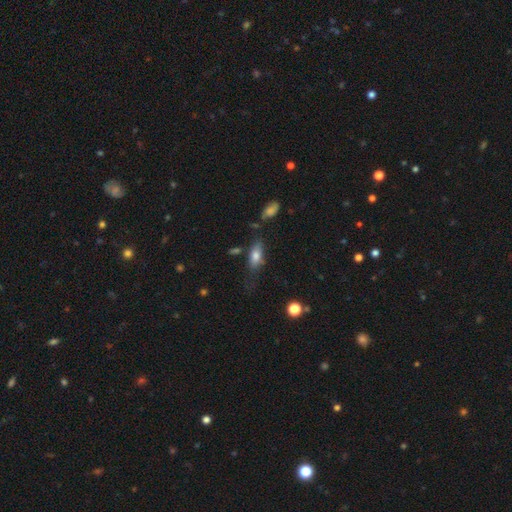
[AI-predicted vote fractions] Smooth or featured? smooth (73%)
How rounded? in between (82%)
Merging? none (52%)